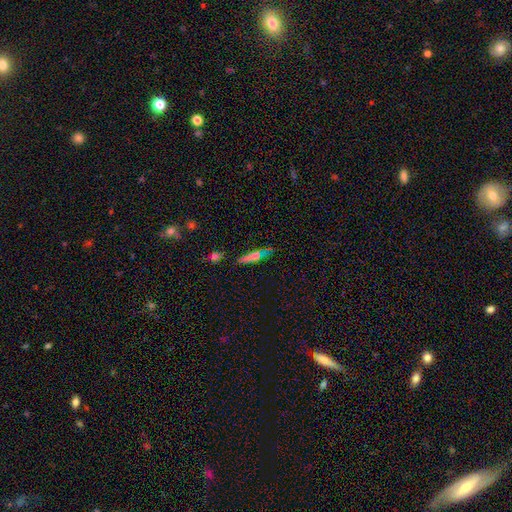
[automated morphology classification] The model was most divided on "smooth or featured": smooth: 62%, featured or disk: 25%, star or artifact: 13%. More confident: how rounded — cigar-shaped (75%); merging — none (70%).